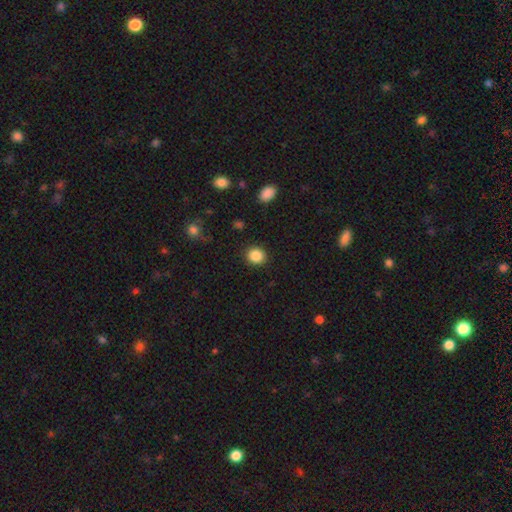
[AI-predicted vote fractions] The model was most divided on "how rounded": round: 83%, in between: 16%, cigar-shaped: 1%. More confident: merging — none (90%); smooth or featured — smooth (87%).